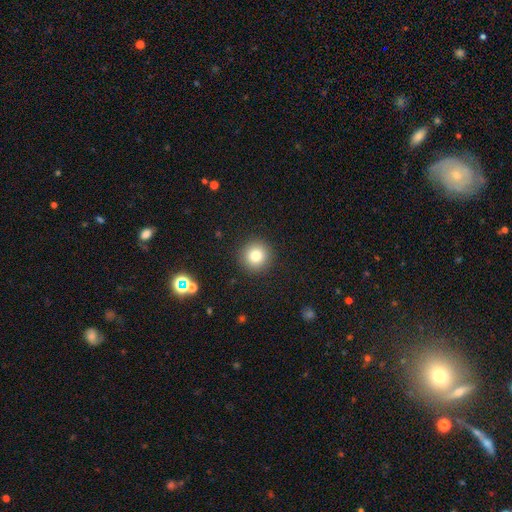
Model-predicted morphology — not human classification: Smooth or featured: smooth — 80% (star or artifact — 12%)
How rounded: round — 95% (in between — 4%)
Merging: none — 91% (minor disturbance — 5%)